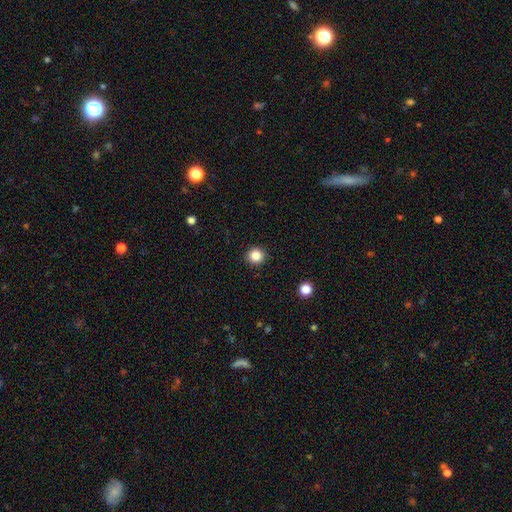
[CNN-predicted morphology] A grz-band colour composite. It shows a smooth galaxy with no disk features (86%) that is round (94%). Merging: none (92%).